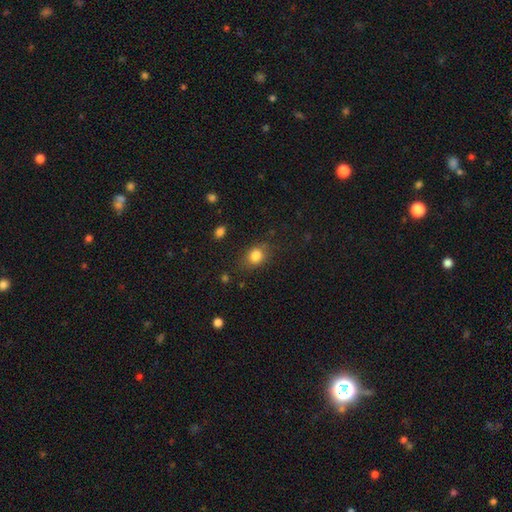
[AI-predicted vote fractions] This is clearly a smooth galaxy (83%). How rounded: possibly in between (51%). Merging: likely none (74%).